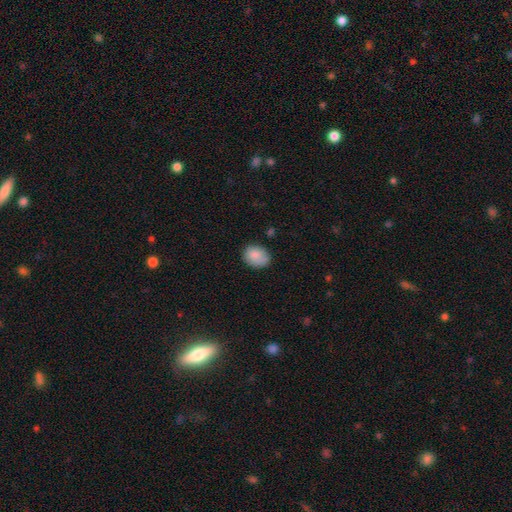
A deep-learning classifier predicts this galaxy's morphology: The model was most divided on "how rounded": in between: 51%, round: 48%, cigar-shaped: 1%. More confident: smooth or featured — smooth (85%); merging — none (72%).